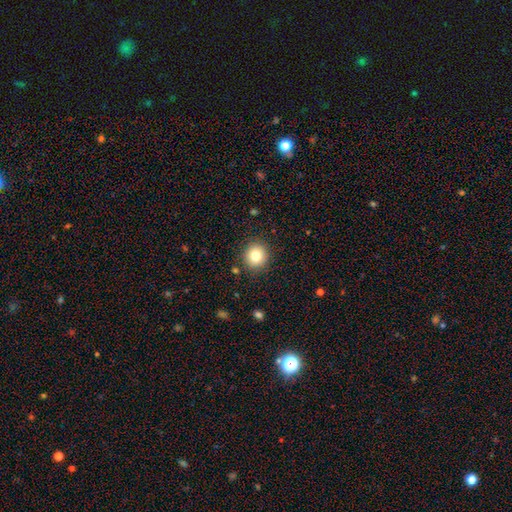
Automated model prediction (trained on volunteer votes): Overall: smooth (80%). How rounded: round (89%). Merging: none (89%).